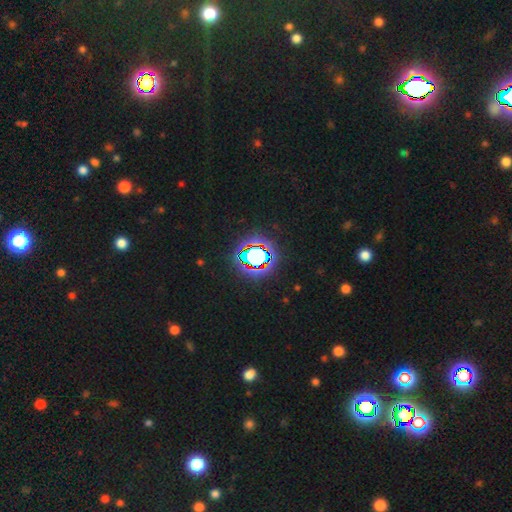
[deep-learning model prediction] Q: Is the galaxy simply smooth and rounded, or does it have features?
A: star or artifact — 67%.